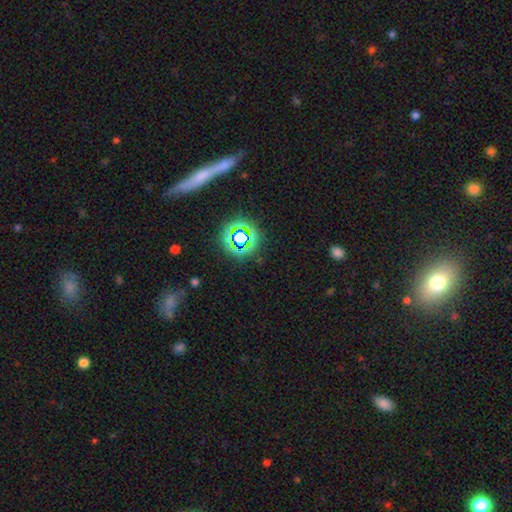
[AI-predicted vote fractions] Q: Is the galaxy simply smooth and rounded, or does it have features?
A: star or artifact — 52%.